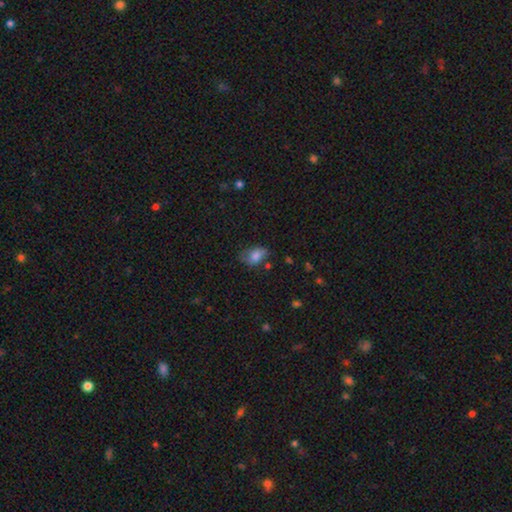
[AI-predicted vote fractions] smooth-or-featured: smooth: 76% | featured or disk: 14% | star or artifact: 9%
  how-rounded: in between: 85% | round: 13% | cigar-shaped: 2%
  merging: none: 54% | minor disturbance: 32% | major disturbance: 11% | merger: 4%